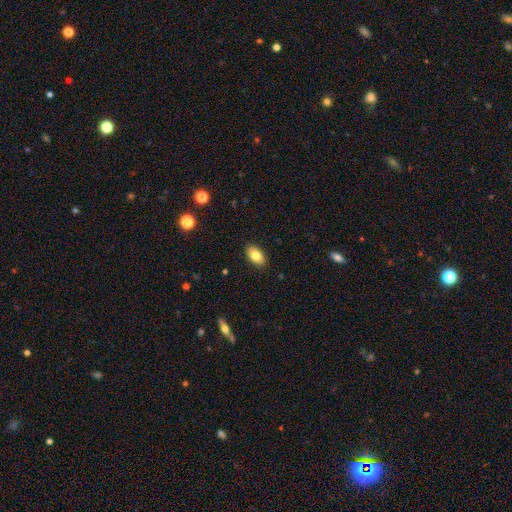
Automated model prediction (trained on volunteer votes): A smooth galaxy with no disk features (82%) that is in between round and cigar-shaped (92%). Merging: none (88%).